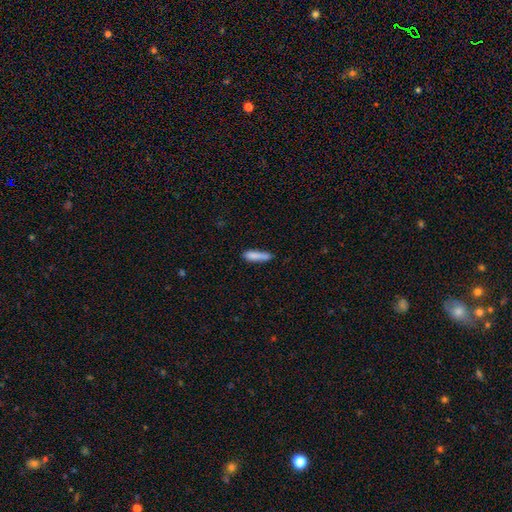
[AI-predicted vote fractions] Smooth or featured? Predicted: smooth (p=0.84). How rounded? Predicted: cigar-shaped (p=0.80). Merging? Predicted: none (p=0.68).